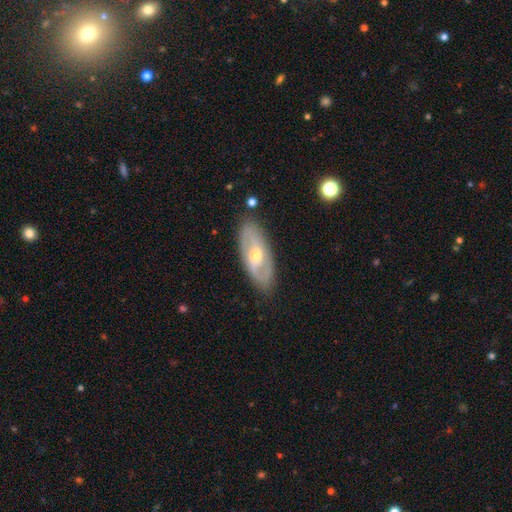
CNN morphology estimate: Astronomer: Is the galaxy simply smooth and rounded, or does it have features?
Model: featured or disk — 69%.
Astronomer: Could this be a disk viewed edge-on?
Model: no — 87%.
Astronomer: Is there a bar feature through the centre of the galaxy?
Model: weak — 44% (runner-up: no, 33%).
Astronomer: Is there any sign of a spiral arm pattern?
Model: yes — 66%.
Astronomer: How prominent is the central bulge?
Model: moderate — 63%.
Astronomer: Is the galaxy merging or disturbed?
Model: none — 84%.